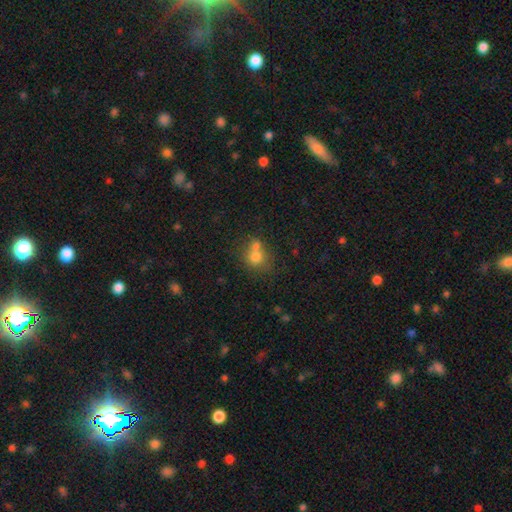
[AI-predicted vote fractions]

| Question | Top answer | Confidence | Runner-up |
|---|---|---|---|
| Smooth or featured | smooth | 72% | star or artifact (14%) |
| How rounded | round | 77% | in between (22%) |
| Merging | merger | 43% | tied: none (43%) |